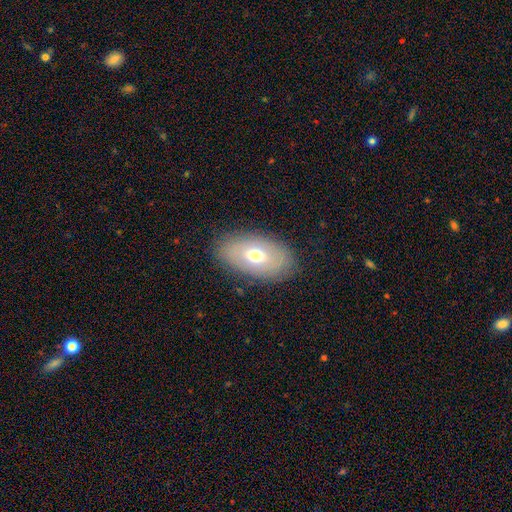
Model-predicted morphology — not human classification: A smooth galaxy with no disk features (59%) that is in between round and cigar-shaped (92%).

Vote fractions:
- Smooth or featured? smooth: 59% / featured or disk: 33% / star or artifact: 8%
- How rounded? in between: 92% / round: 6% / cigar-shaped: 2%
- Merging? none: 84% / minor disturbance: 11% / major disturbance: 4% / merger: 1%